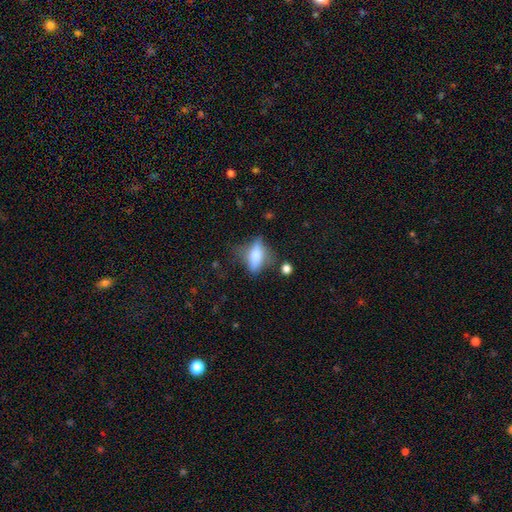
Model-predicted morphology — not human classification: A smooth galaxy with no disk features (60%) that is in between round and cigar-shaped (66%).

Vote fractions:
- Smooth or featured? smooth: 60% / featured or disk: 31% / star or artifact: 10%
- How rounded? in between: 66% / cigar-shaped: 28% / round: 6%
- Merging? none: 53% / minor disturbance: 26% / major disturbance: 16% / merger: 5%